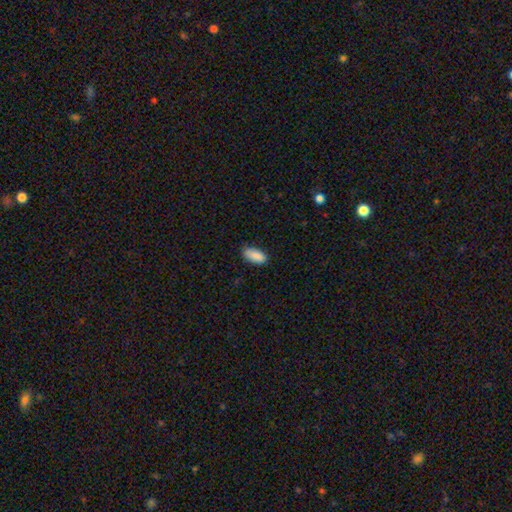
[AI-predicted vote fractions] Smooth or featured? smooth (90%)
How rounded? in between (90%)
Merging? none (82%)